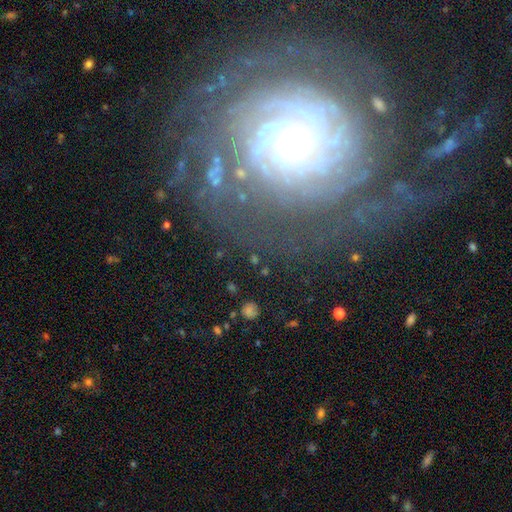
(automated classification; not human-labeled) Smooth or featured? featured or disk (79%)
Edge-on disk? no (96%)
Bar? no (68%)
Spiral arms? yes (93%)
Spiral winding? tight (74%)
Spiral arm count? can't tell (32%)
Bulge size? small (54%)
Merging? none (70%)